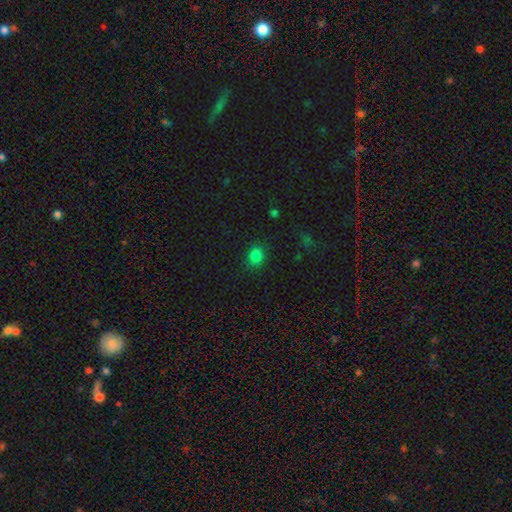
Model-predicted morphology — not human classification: smooth_or_featured: smooth (p=0.81) [alt: star or artifact p=0.15]
how_rounded: round (p=0.55) [alt: in between p=0.44]
merging: none (p=0.85) [alt: minor disturbance p=0.11]